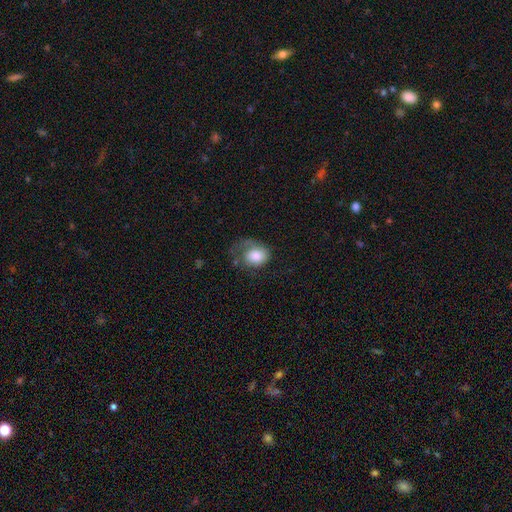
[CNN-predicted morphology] Smooth or featured? Predicted: smooth (p=0.70). How rounded? Predicted: in between (p=0.55). Merging? Predicted: major disturbance (p=0.40).